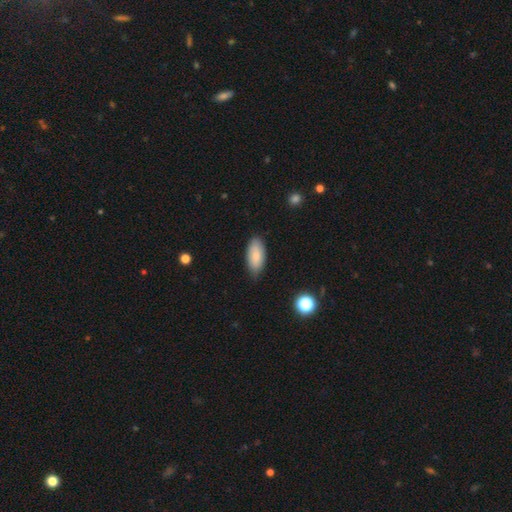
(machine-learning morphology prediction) smooth_or_featured: smooth (p=0.83) [alt: featured or disk p=0.11]
how_rounded: in between (p=0.90) [alt: cigar-shaped p=0.08]
merging: none (p=0.80) [alt: minor disturbance p=0.16]